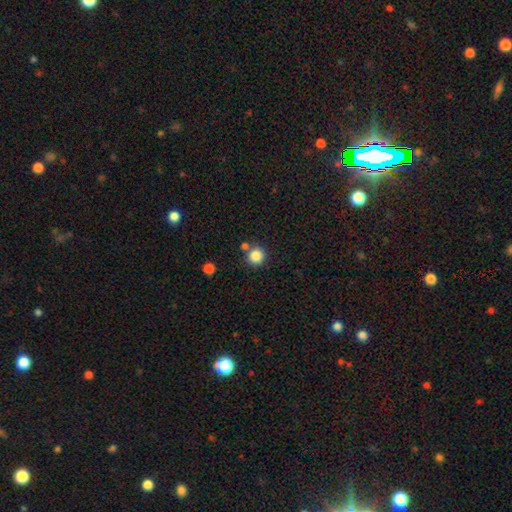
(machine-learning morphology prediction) Smooth or featured?
  - smooth: 85% *
  - star or artifact: 10%
  - featured or disk: 4%
How rounded?
  - round: 93% *
  - in between: 6%
  - cigar-shaped: 1%
Merging?
  - none: 76% *
  - merger: 13%
  - minor disturbance: 9%
  - major disturbance: 3%